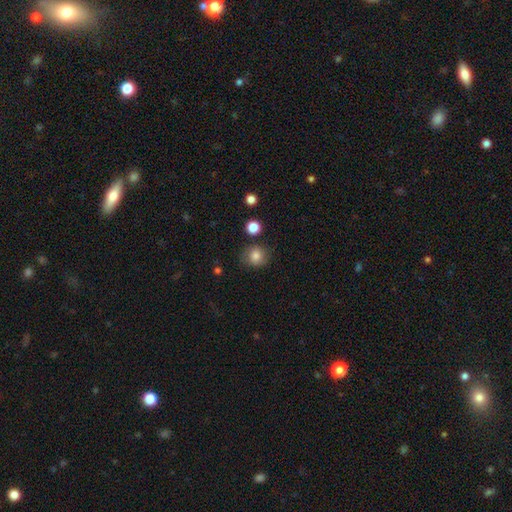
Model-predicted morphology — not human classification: A smooth galaxy with no disk features (82%) that is round (81%).

Vote fractions:
- Smooth or featured? smooth: 82% / star or artifact: 10% / featured or disk: 8%
- How rounded? round: 81% / in between: 18% / cigar-shaped: 1%
- Merging? none: 79% / minor disturbance: 14% / major disturbance: 4% / merger: 3%